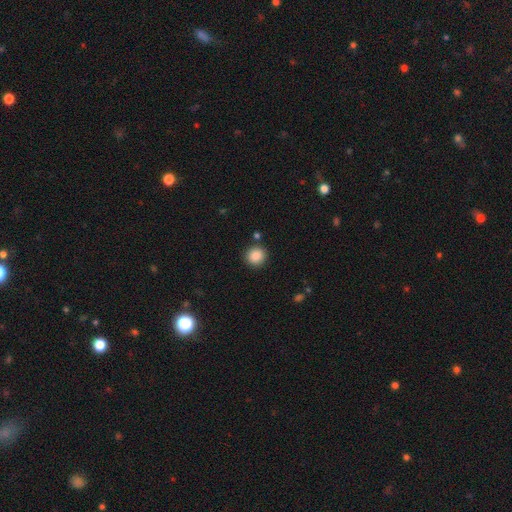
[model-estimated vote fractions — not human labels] smooth-or-featured: smooth: 86% | star or artifact: 9% | featured or disk: 4%
  how-rounded: round: 93% | in between: 6% | cigar-shaped: 1%
  merging: none: 89% | minor disturbance: 6% | merger: 3% | major disturbance: 2%